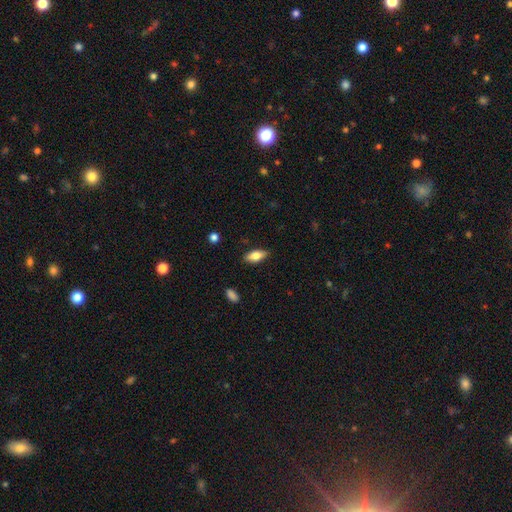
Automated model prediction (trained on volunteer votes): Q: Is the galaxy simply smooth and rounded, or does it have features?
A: smooth — 75%.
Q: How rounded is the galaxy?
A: in between — 82%.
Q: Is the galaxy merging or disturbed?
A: none — 85%.